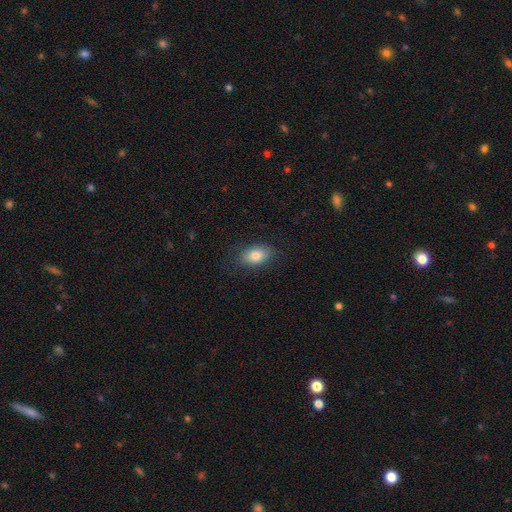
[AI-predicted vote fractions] Overall: smooth (81%). How rounded: in between (87%). Merging: none (84%).